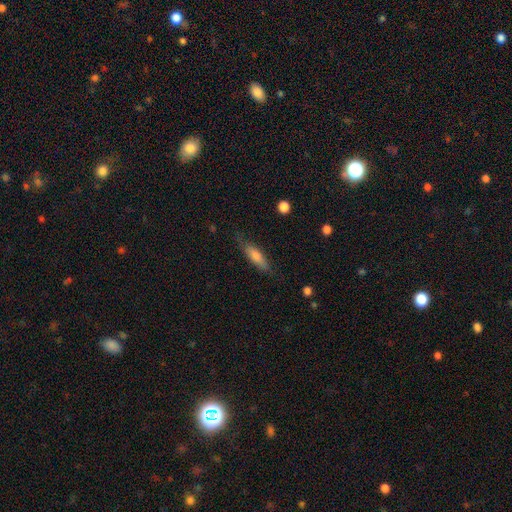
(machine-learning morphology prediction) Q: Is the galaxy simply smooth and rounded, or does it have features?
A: smooth — 67%.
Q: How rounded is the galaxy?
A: cigar-shaped — 66%.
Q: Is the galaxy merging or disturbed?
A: none — 73%.